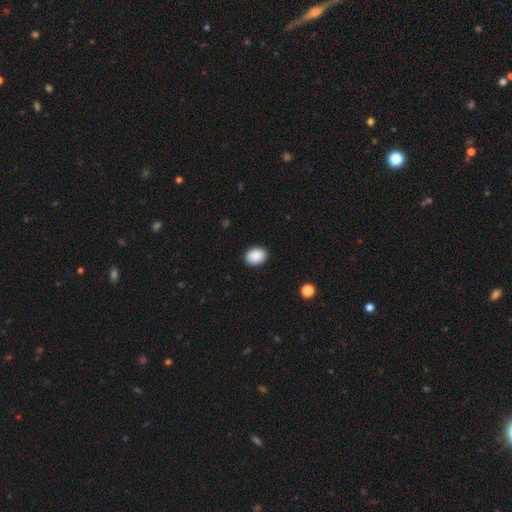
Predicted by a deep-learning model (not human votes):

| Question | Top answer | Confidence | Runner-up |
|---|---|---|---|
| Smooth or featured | smooth | 89% | star or artifact (7%) |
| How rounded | in between | 71% | round (28%) |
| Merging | none | 90% | minor disturbance (7%) |